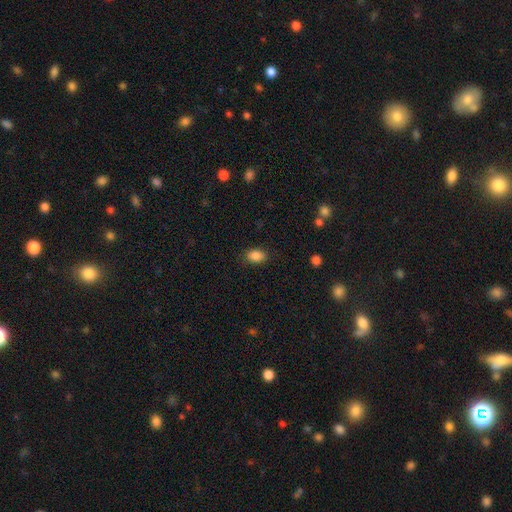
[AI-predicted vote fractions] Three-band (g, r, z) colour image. It shows a smooth galaxy with no disk features (87%) that is in between round and cigar-shaped (84%). Merging: none (85%).